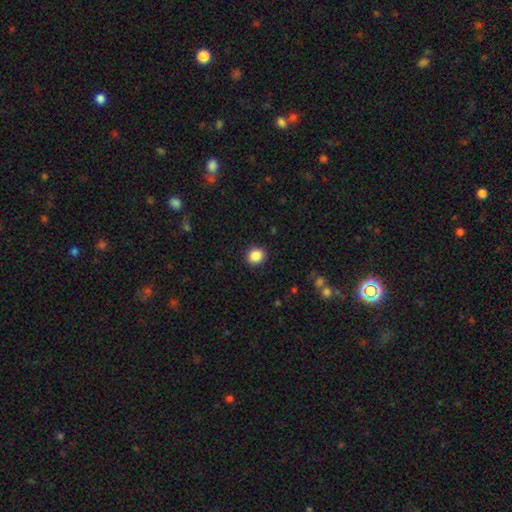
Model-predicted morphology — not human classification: Smooth or featured? Predicted: smooth (p=0.88). How rounded? Predicted: round (p=0.76). Merging? Predicted: none (p=0.91).